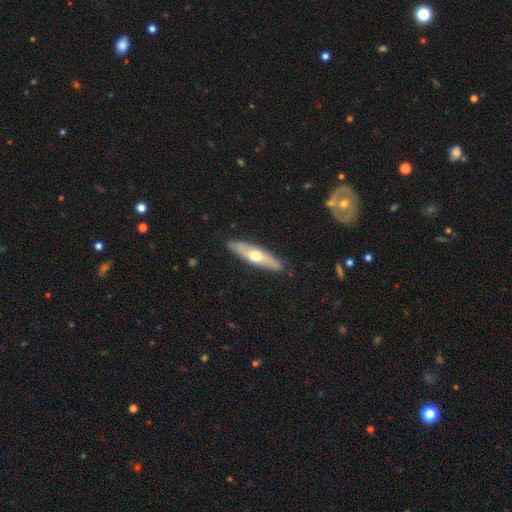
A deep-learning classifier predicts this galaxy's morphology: Smooth or featured? Predicted: featured or disk (p=0.49). Merging? Predicted: none (p=0.87).